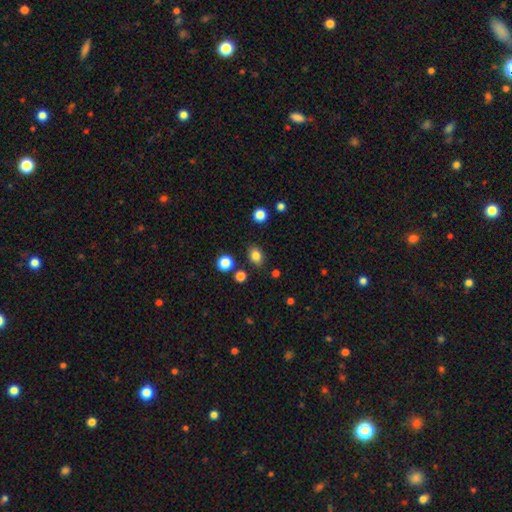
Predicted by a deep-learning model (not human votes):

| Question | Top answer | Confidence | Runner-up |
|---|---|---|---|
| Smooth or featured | smooth | 82% | star or artifact (11%) |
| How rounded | in between | 64% | round (34%) |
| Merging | none | 83% | minor disturbance (10%) |